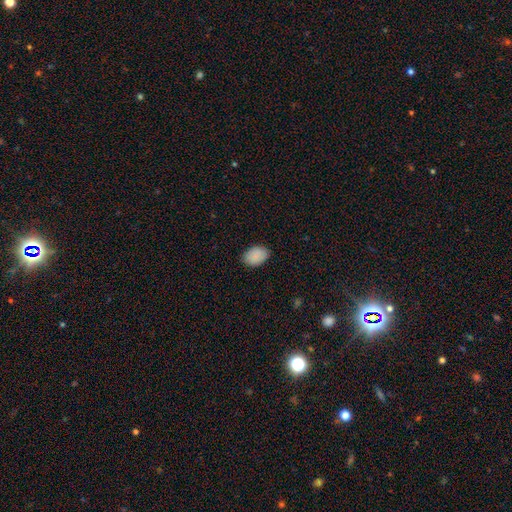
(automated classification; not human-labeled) smooth_or_featured: smooth (p=0.90) [alt: star or artifact p=0.07]
how_rounded: in between (p=0.86) [alt: round p=0.13]
merging: none (p=0.86) [alt: minor disturbance p=0.11]